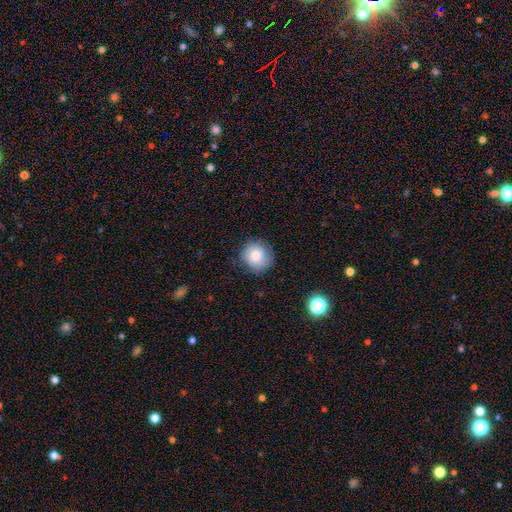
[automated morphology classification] Smooth or featured? Predicted: smooth (p=0.77). How rounded? Predicted: round (p=0.88). Merging? Predicted: none (p=0.80).